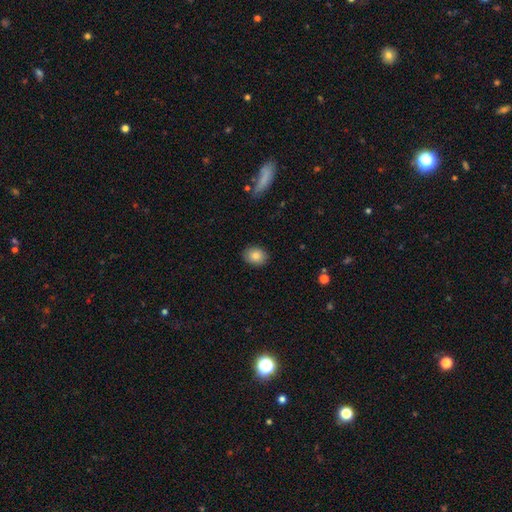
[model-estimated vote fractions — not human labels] A smooth galaxy with no disk features (85%) that is in between round and cigar-shaped (55%). Merging: none (88%).